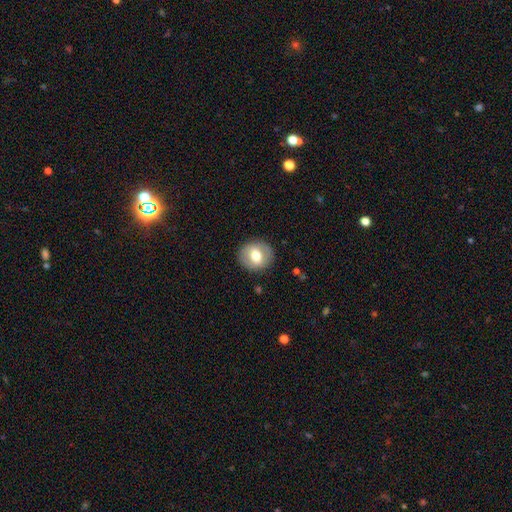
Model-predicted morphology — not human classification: The model was most divided on "smooth or featured": smooth: 66%, featured or disk: 26%, star or artifact: 8%. More confident: merging — none (88%); how rounded — round (78%).